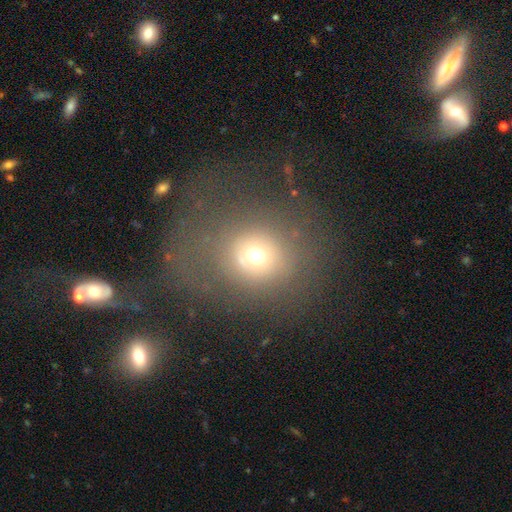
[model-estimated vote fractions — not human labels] smooth 64%, star or artifact 20%, featured or disk 16%. Down the decision tree: how rounded — round (81%); merging — none (67%).